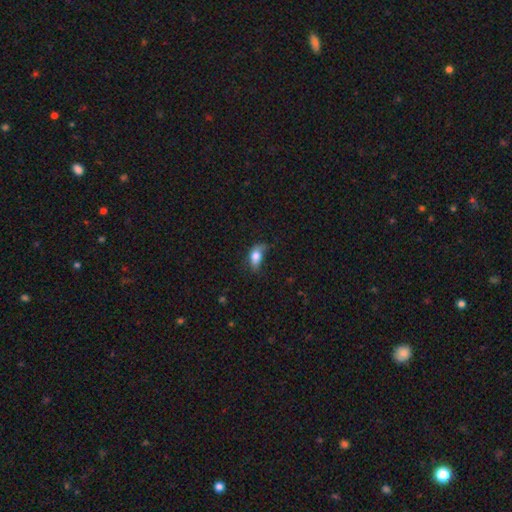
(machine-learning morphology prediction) Smooth or featured: smooth — 77% (featured or disk — 14%)
How rounded: in between — 86% (round — 9%)
Merging: minor disturbance — 37% (none — 32%)